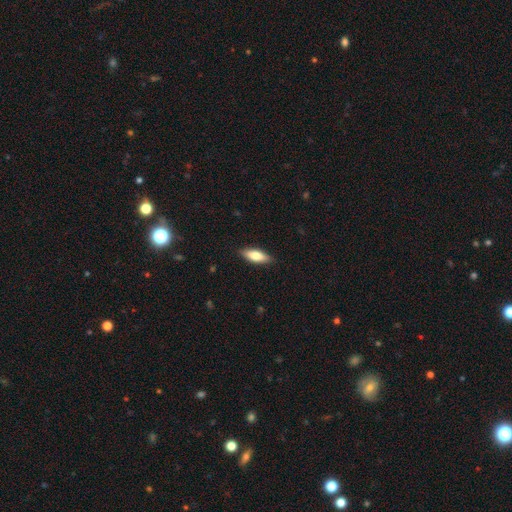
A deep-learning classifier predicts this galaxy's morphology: Q: Smooth or featured?
A: smooth (74%); runner-up: featured or disk (20%)
Q: How rounded?
A: in between (65%); runner-up: cigar-shaped (33%)
Q: Merging?
A: none (87%); runner-up: minor disturbance (10%)